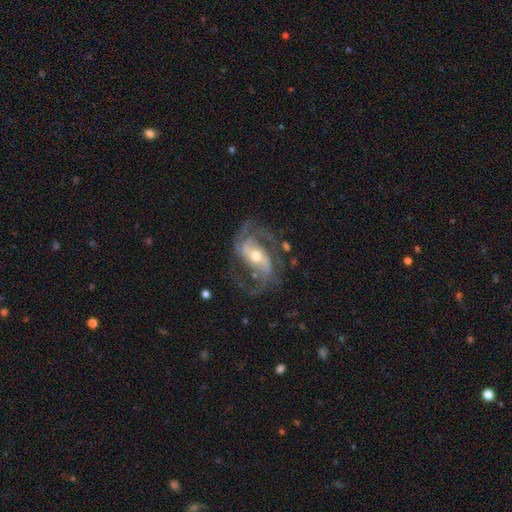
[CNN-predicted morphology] featured or disk 90%, star or artifact 5%, smooth 5%. Down the decision tree: edge-on disk — no (97%); bar — strong (38%, tied with weak); spiral arms — yes (96%); spiral arm count — 2 (72%); spiral winding — medium (49%); bulge size — moderate (64%); merging — none (64%).